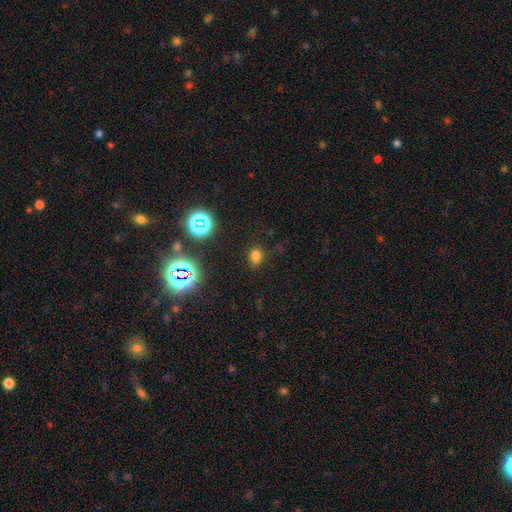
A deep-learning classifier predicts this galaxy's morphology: smooth_or_featured: smooth (p=0.69) [alt: star or artifact p=0.25]
how_rounded: in between (p=0.57) [alt: round p=0.42]
merging: none (p=0.77) [alt: minor disturbance p=0.15]